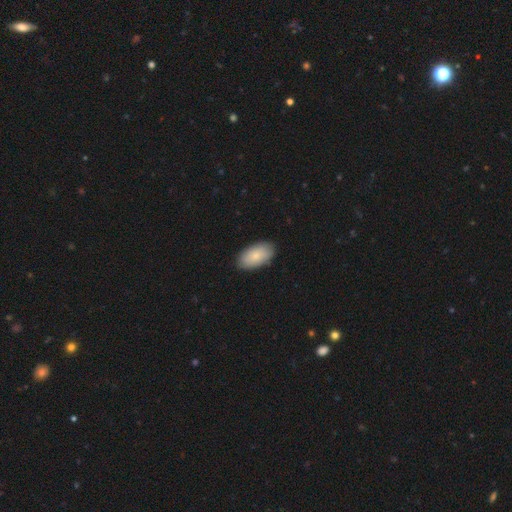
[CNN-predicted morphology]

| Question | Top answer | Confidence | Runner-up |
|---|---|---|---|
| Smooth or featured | smooth | 84% | featured or disk (11%) |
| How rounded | in between | 95% | round (3%) |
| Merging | none | 88% | minor disturbance (9%) |